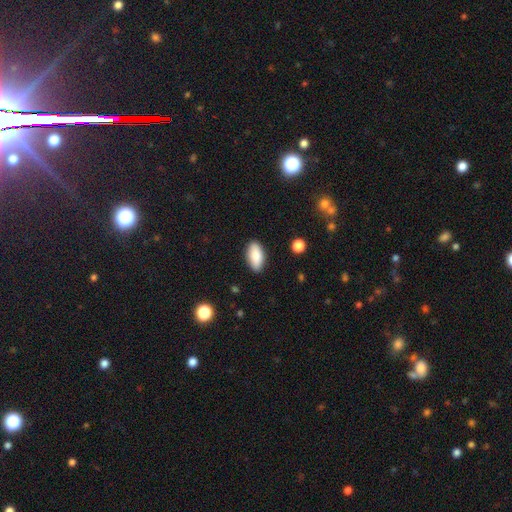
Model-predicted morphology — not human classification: Smooth or featured? Predicted: smooth (p=0.86). How rounded? Predicted: in between (p=0.90). Merging? Predicted: none (p=0.88).